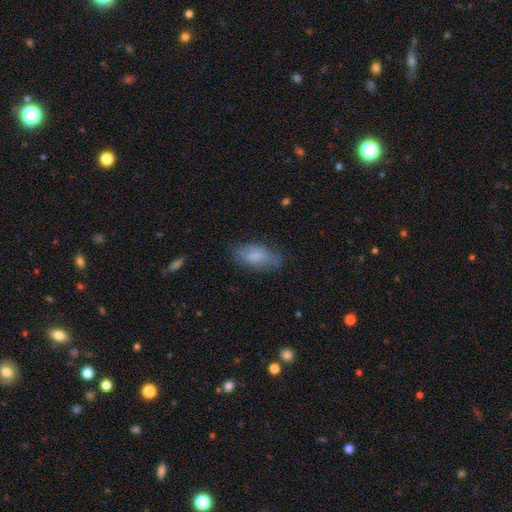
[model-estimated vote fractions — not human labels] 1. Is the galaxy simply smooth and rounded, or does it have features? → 76% smooth, 17% featured or disk, 7% star or artifact.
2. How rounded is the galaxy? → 87% in between, 10% cigar-shaped, 3% round.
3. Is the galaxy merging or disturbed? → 72% none, 21% minor disturbance, 6% major disturbance, 1% merger.